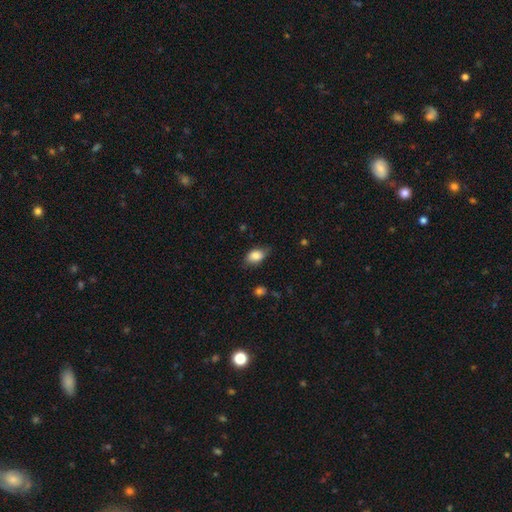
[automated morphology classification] This is clearly a smooth galaxy (84%). How rounded: clearly in between (85%). Merging: likely none (71%).